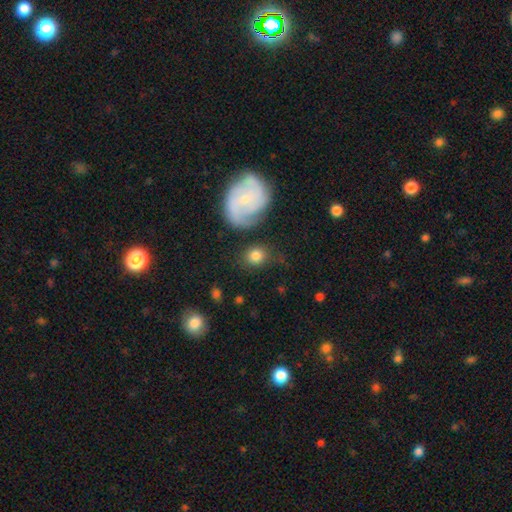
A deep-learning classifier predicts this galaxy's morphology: A smooth galaxy with no disk features (76%) that is round (73%). Merging: none (75%).